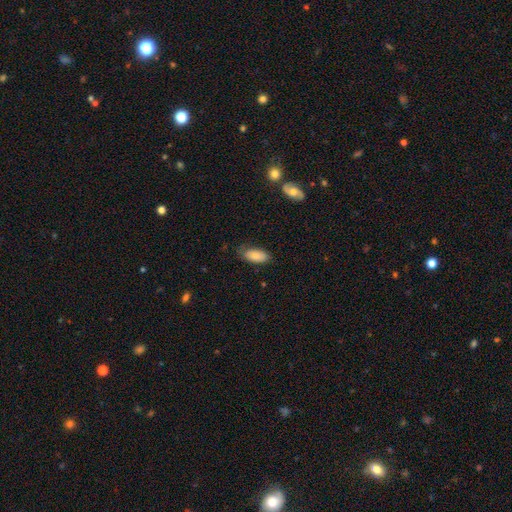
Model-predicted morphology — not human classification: Smooth or featured?
  - smooth: 84% *
  - featured or disk: 9%
  - star or artifact: 7%
How rounded?
  - in between: 88% *
  - cigar-shaped: 10%
  - round: 2%
Merging?
  - none: 77% *
  - minor disturbance: 19%
  - major disturbance: 3%
  - merger: 1%